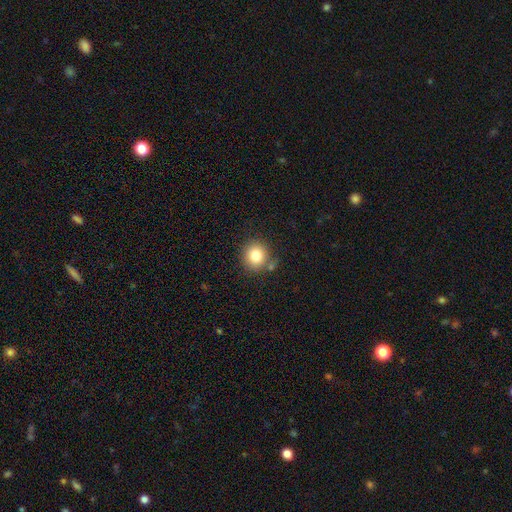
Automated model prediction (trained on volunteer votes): Morphology: type=smooth (83%); roundness=round (87%); merging=none (78%).